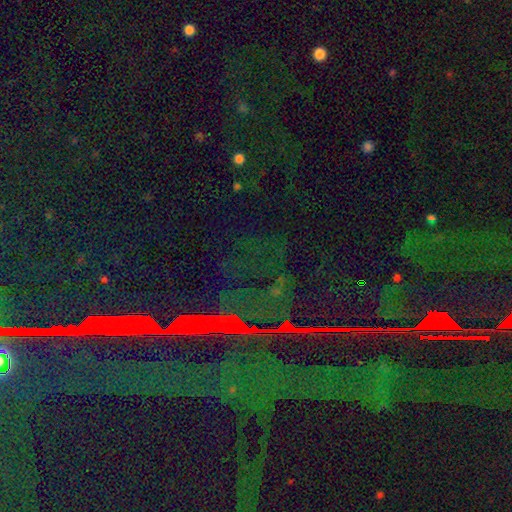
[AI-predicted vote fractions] A star or artifact, not a galaxy (86%).